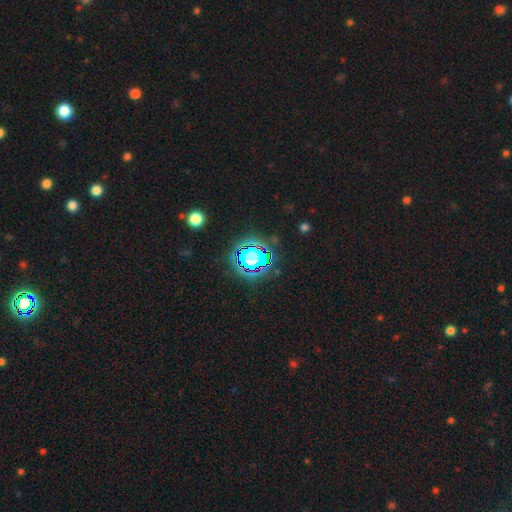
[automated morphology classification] Q: Smooth or featured?
A: star or artifact (82%); runner-up: smooth (12%)